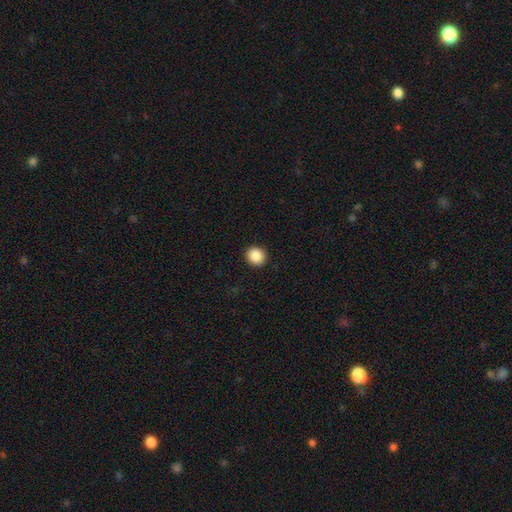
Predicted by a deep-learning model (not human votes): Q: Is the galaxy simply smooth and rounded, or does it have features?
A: smooth — 88%.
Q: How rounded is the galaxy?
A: round — 89%.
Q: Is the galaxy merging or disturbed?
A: none — 92%.